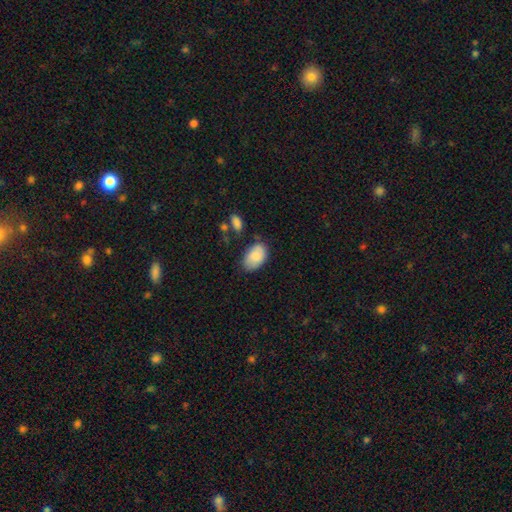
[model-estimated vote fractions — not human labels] Smooth or featured? Predicted: smooth (p=0.85). How rounded? Predicted: in between (p=0.92). Merging? Predicted: none (p=0.70).